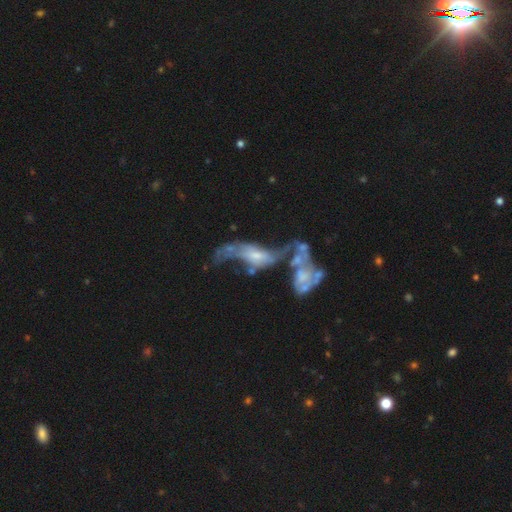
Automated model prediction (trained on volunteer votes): Q: Smooth or featured?
A: featured or disk (68%); runner-up: smooth (23%)
Q: Edge-on disk?
A: no (90%); runner-up: yes (10%)
Q: Bar?
A: no (65%); runner-up: weak (26%)
Q: Spiral arms?
A: yes (54%); runner-up: no (46%)
Q: Bulge size?
A: small (38%); runner-up: moderate (33%)
Q: Merging?
A: merger (54%); runner-up: major disturbance (24%)